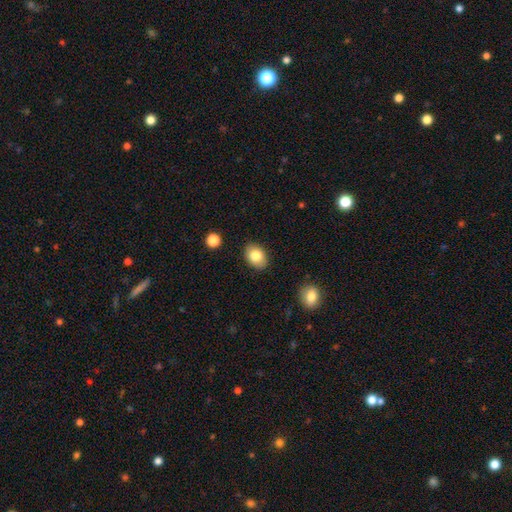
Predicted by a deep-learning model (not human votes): smooth 82%, featured or disk 10%, star or artifact 8%. Down the decision tree: how rounded — in between (74%); merging — none (86%).